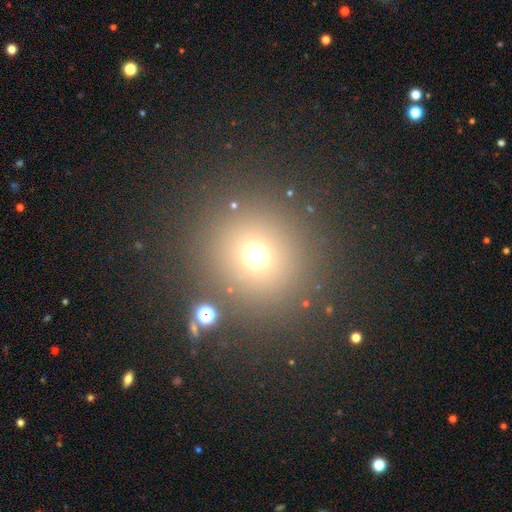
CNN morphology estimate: smooth 66%, star or artifact 25%, featured or disk 9%. Down the decision tree: how rounded — round (93%); merging — none (85%).